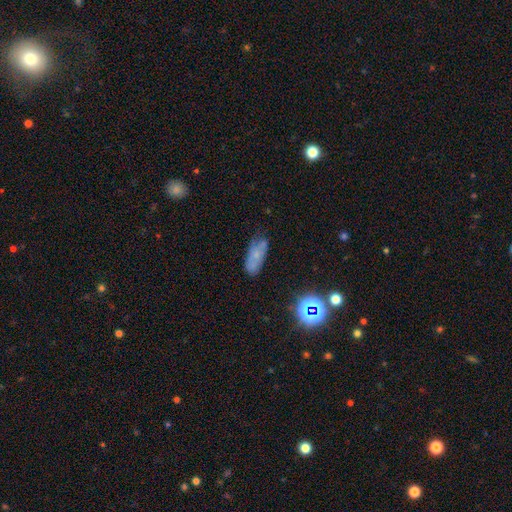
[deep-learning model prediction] Smooth or featured? smooth (56%)
How rounded? in between (77%)
Merging? none (59%)